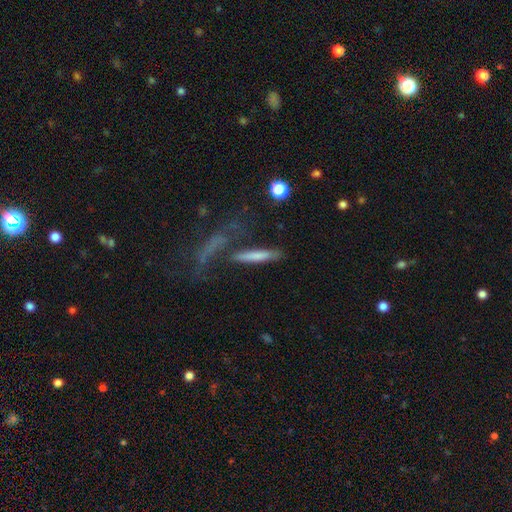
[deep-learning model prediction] Smooth or featured? smooth (68%)
How rounded? cigar-shaped (89%)
Merging? none (64%)